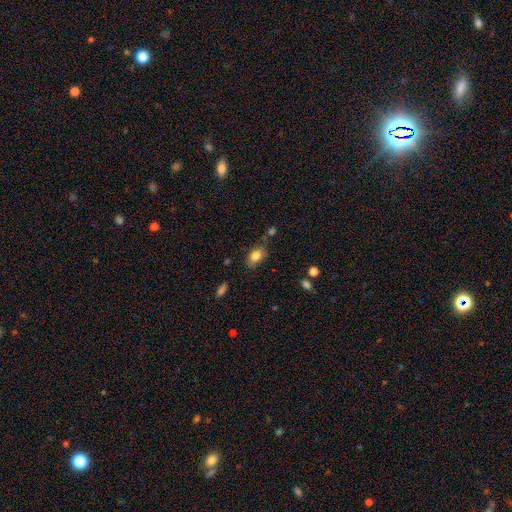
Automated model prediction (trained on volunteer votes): This is clearly a smooth galaxy (82%). How rounded: clearly in between (86%). Merging: likely none (74%).